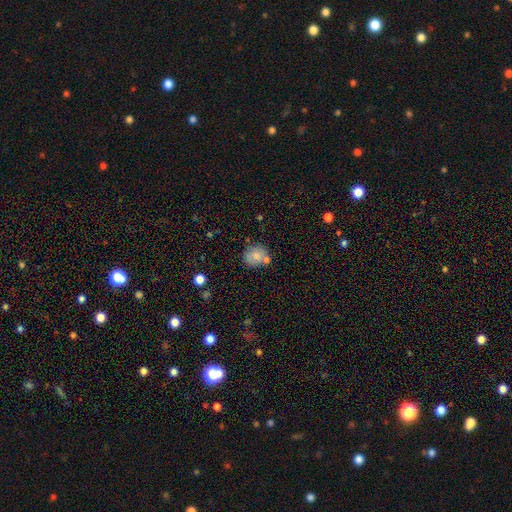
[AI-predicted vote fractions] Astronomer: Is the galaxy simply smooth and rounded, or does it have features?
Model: smooth — 78%.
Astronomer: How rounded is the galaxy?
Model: round — 74%.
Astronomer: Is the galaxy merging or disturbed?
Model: none — 66%.